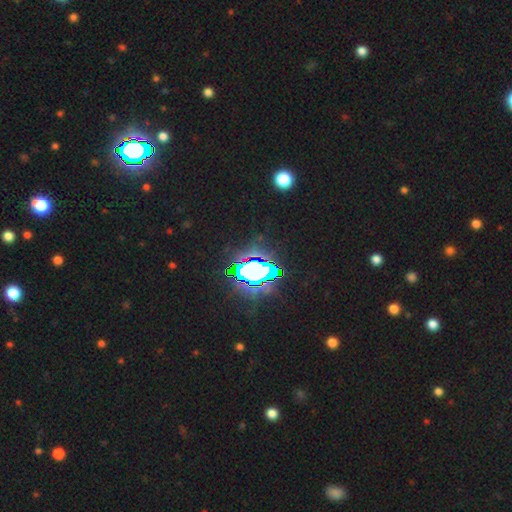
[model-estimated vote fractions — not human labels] Overall: star or artifact (84%).